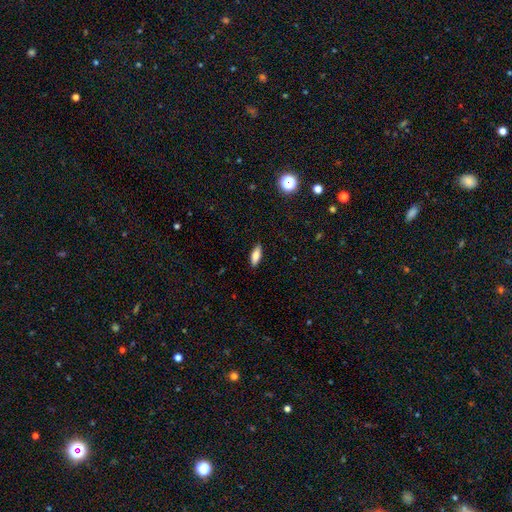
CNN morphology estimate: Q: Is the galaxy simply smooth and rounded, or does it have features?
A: smooth — 75%.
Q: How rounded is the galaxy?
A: in between — 66%.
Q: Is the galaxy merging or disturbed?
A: none — 88%.